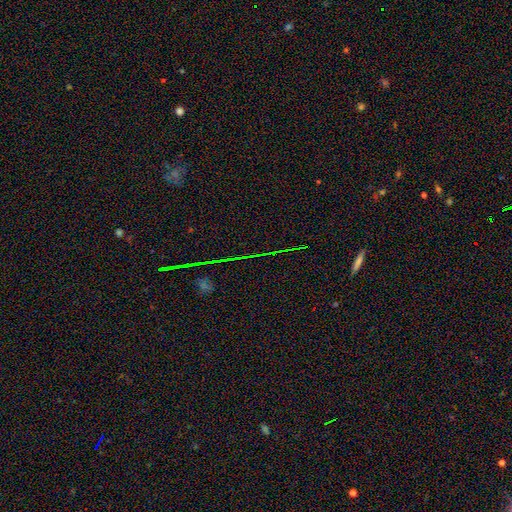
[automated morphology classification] smooth-or-featured: star or artifact: 78% | smooth: 11% | featured or disk: 10%